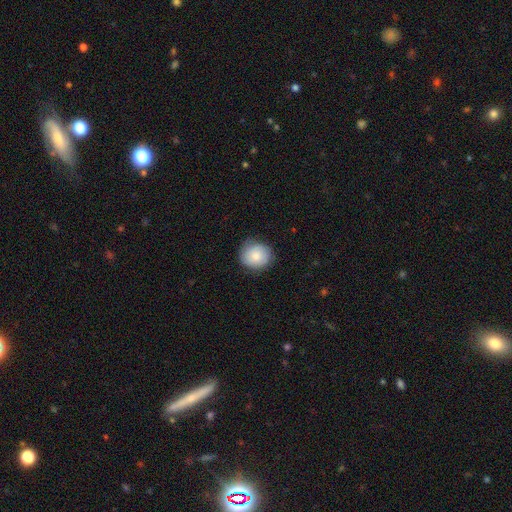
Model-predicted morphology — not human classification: The model was most divided on "merging": none: 77%, minor disturbance: 18%, major disturbance: 4%, merger: 1%. More confident: how rounded — round (84%); smooth or featured — smooth (77%).